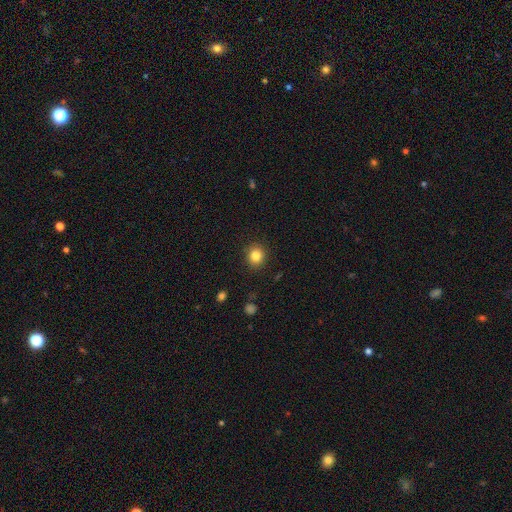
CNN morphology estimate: This is clearly a smooth galaxy (83%). How rounded: clearly round (85%). Merging: clearly none (90%).